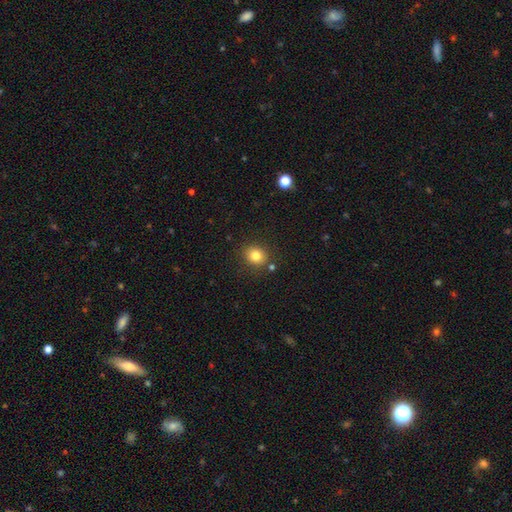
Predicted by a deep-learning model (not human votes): Smooth or featured?
  - smooth: 82% *
  - star or artifact: 12%
  - featured or disk: 7%
How rounded?
  - round: 78% *
  - in between: 22%
  - cigar-shaped: 1%
Merging?
  - none: 82% *
  - minor disturbance: 10%
  - merger: 5%
  - major disturbance: 3%